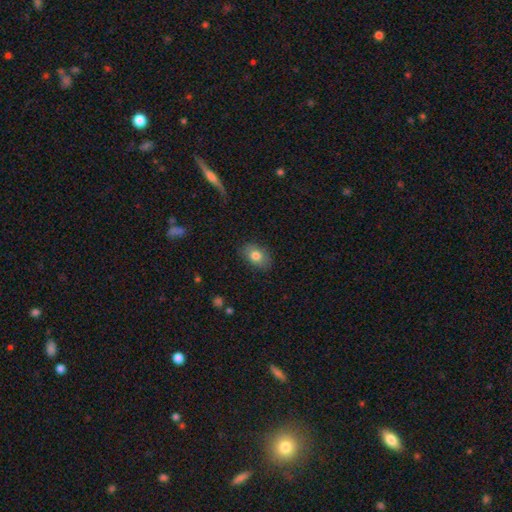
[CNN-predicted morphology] A smooth galaxy with no disk features (80%) that is in between round and cigar-shaped (82%).

Vote fractions:
- Smooth or featured? smooth: 80% / featured or disk: 11% / star or artifact: 8%
- How rounded? in between: 82% / round: 17% / cigar-shaped: 1%
- Merging? none: 86% / minor disturbance: 11% / major disturbance: 2% / merger: 1%